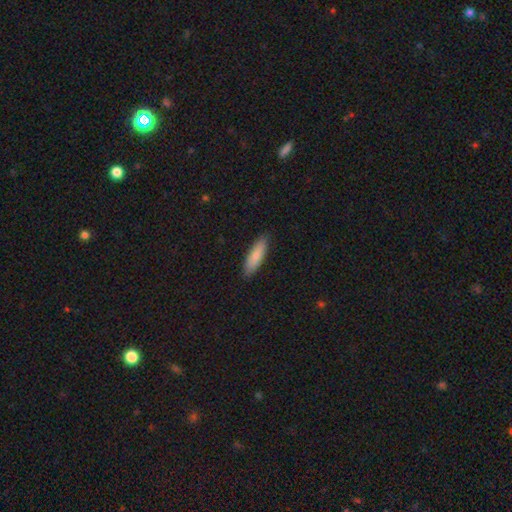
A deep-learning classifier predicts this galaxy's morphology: Smooth or featured? Predicted: smooth (p=0.84). How rounded? Predicted: cigar-shaped (p=0.55). Merging? Predicted: none (p=0.88).